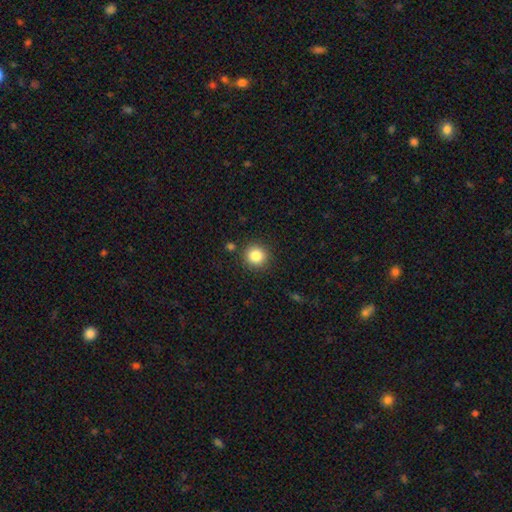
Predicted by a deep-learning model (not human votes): Smooth or featured: smooth — 84% (star or artifact — 10%)
How rounded: round — 92% (in between — 7%)
Merging: none — 88% (minor disturbance — 7%)